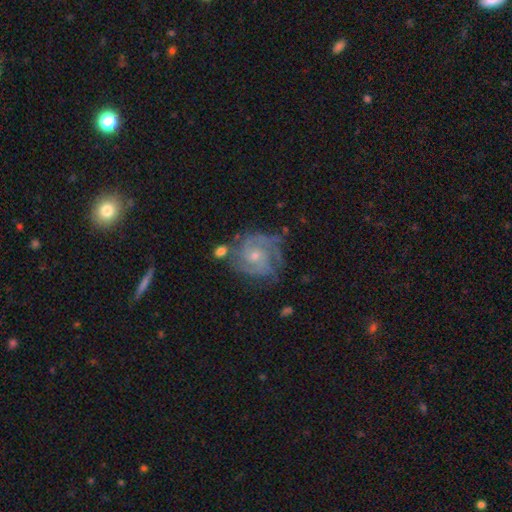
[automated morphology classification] Smooth or featured? Predicted: featured or disk (p=0.86). Edge-on disk? Predicted: no (p=0.98). Bar? Predicted: no (p=0.70). Spiral arms? Predicted: yes (p=0.96). Spiral winding? Predicted: tight (p=0.59). Spiral arm count? Predicted: 3 (p=0.32). Bulge size? Predicted: small (p=0.59). Merging? Predicted: none (p=0.64).